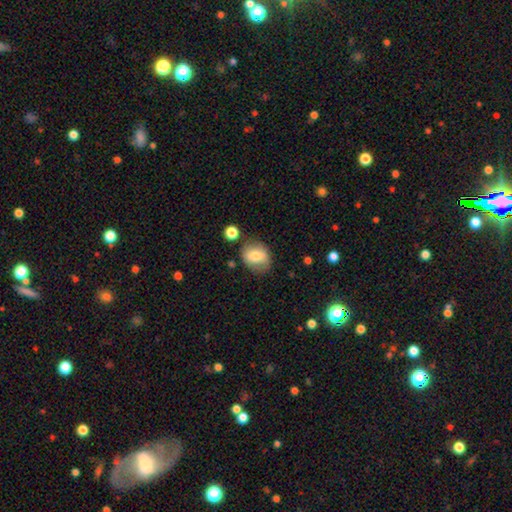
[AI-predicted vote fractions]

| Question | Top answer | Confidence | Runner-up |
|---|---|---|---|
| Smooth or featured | smooth | 68% | featured or disk (23%) |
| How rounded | round | 51% | in between (48%) |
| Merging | none | 73% | minor disturbance (17%) |